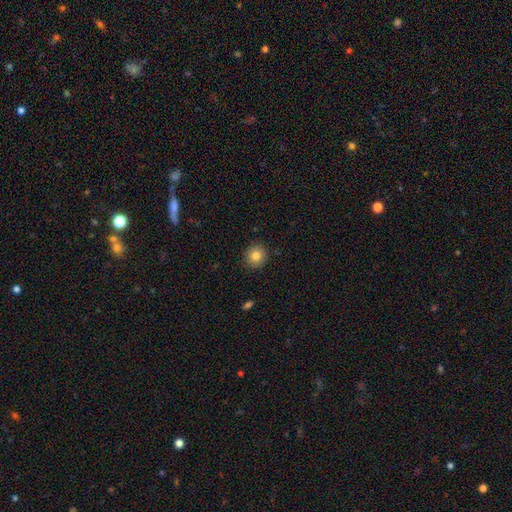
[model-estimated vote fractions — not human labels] A smooth galaxy with no disk features (83%) that is round (92%). Merging: none (90%).